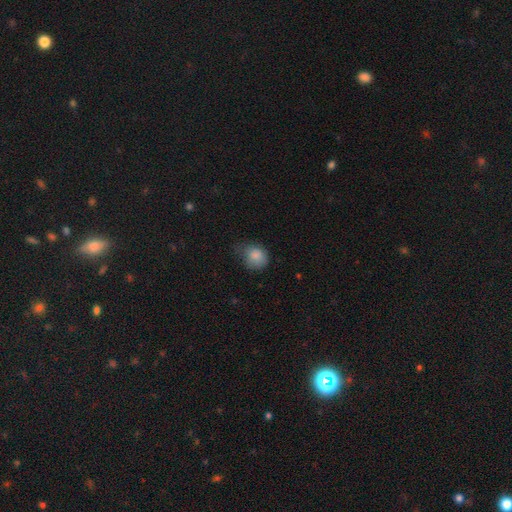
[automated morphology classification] smooth 84%, star or artifact 9%, featured or disk 7%. Down the decision tree: how rounded — round (57%); merging — none (40%, tied with minor disturbance).